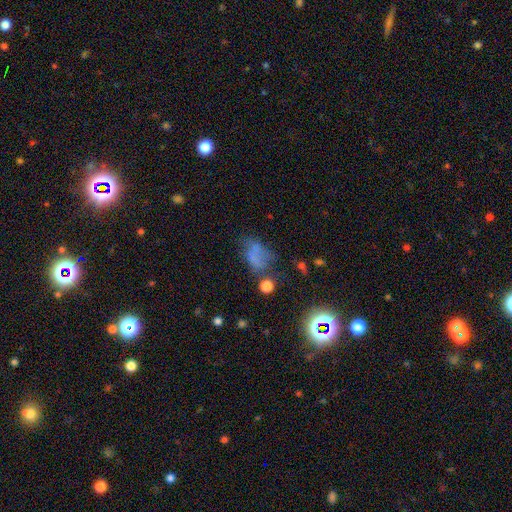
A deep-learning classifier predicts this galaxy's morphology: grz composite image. It shows a smooth galaxy with no disk features (53%) that is in between round and cigar-shaped (78%). Merging: none (34%).